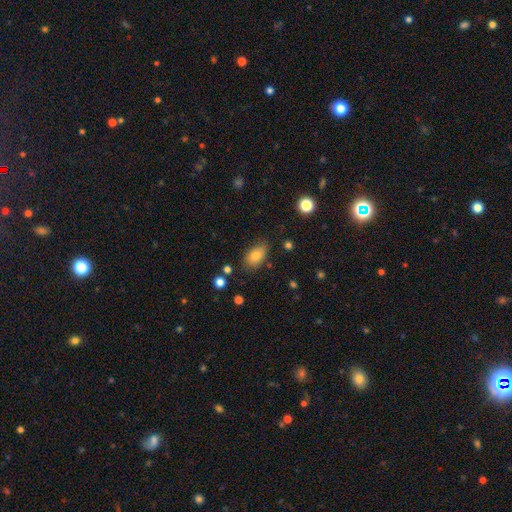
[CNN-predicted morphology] type=smooth (80%); roundness=in between (89%); merging=none (70%).